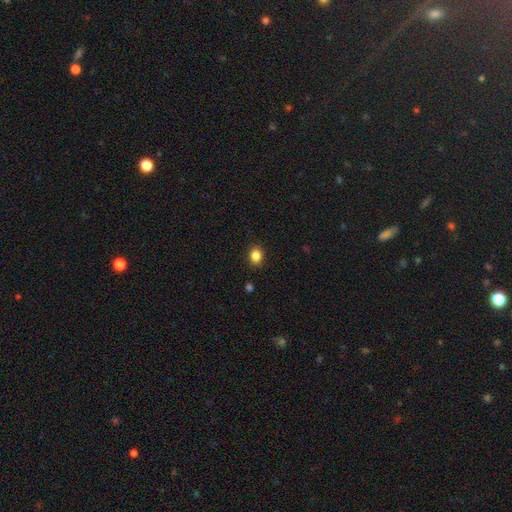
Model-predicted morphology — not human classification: This is clearly a smooth galaxy (85%). How rounded: possibly round (53%). Merging: clearly none (89%).